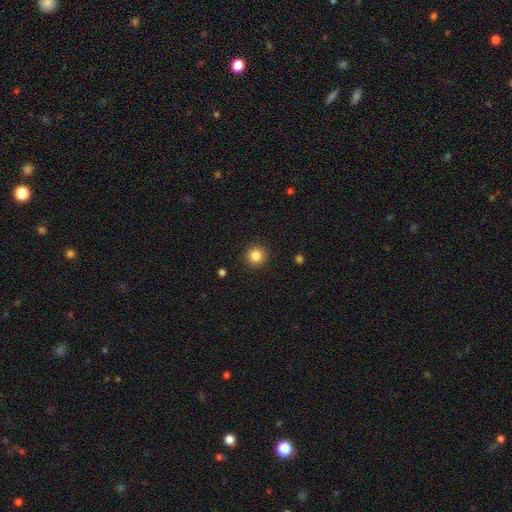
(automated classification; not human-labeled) This appears to be a smooth galaxy with no disk features (85%) that is round (94%). Merging: none (91%).